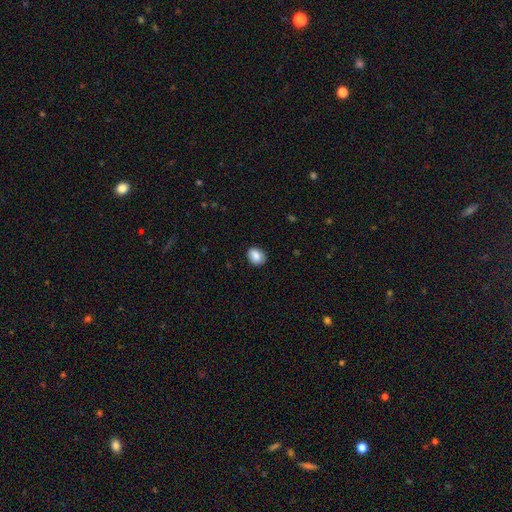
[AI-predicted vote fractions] This is clearly a smooth galaxy (87%). How rounded: possibly in between (56%). Merging: clearly none (85%).